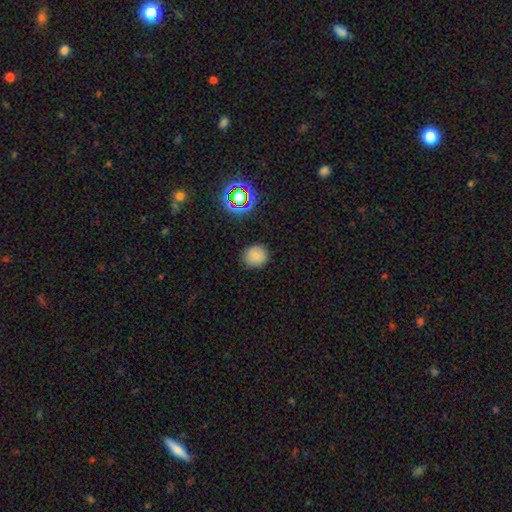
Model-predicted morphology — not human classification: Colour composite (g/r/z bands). It shows a smooth galaxy with no disk features (78%) that is round (87%). Merging: none (87%).